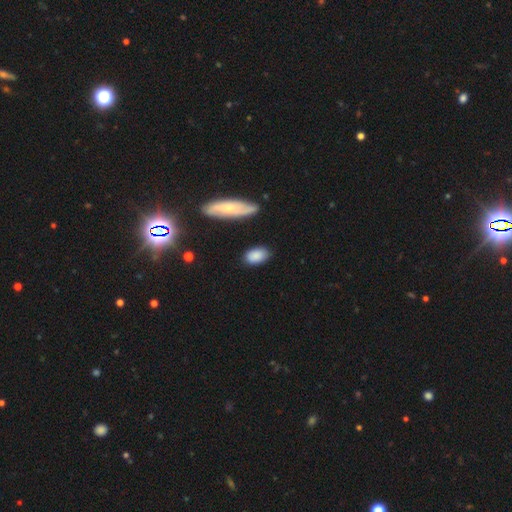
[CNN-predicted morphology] Smooth or featured?
  - smooth: 85% *
  - featured or disk: 8%
  - star or artifact: 7%
How rounded?
  - in between: 91% *
  - round: 6%
  - cigar-shaped: 3%
Merging?
  - none: 80% *
  - minor disturbance: 14%
  - major disturbance: 3%
  - merger: 3%